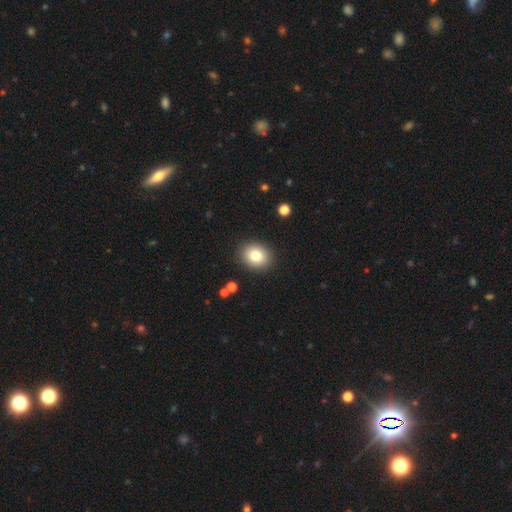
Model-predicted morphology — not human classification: Smooth or featured? Predicted: smooth (p=0.82). How rounded? Predicted: round (p=0.57). Merging? Predicted: none (p=0.89).